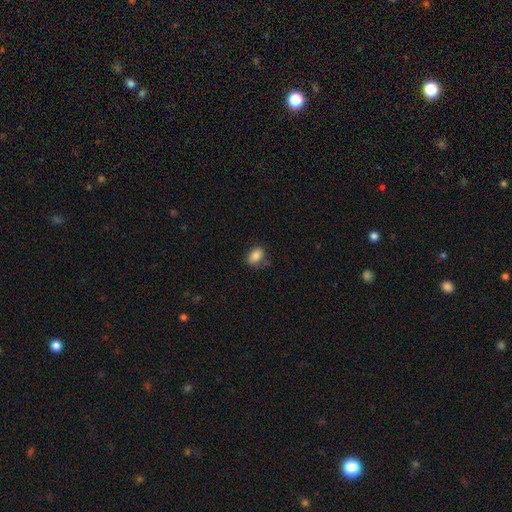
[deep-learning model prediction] Q: Smooth or featured?
A: smooth (85%); runner-up: star or artifact (9%)
Q: How rounded?
A: in between (84%); runner-up: round (14%)
Q: Merging?
A: none (73%); runner-up: minor disturbance (19%)